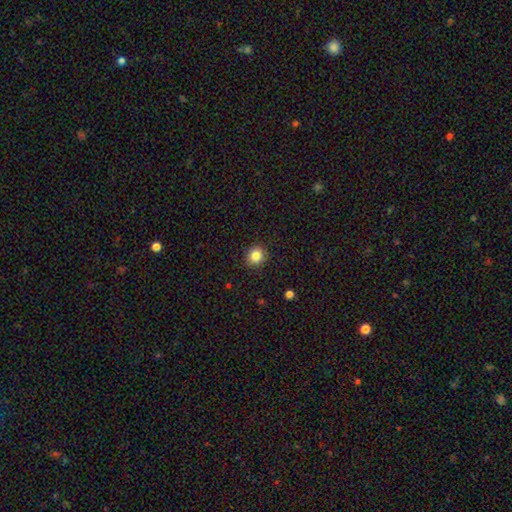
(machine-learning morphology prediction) This is clearly a smooth galaxy (85%). How rounded: clearly round (81%). Merging: clearly none (90%).